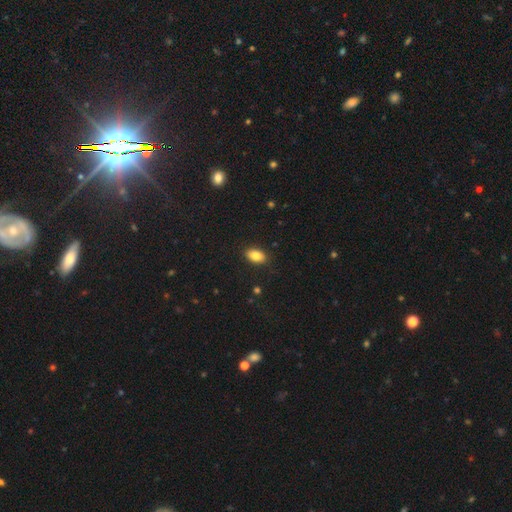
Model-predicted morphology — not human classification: Smooth or featured? smooth (85%)
How rounded? in between (90%)
Merging? none (87%)